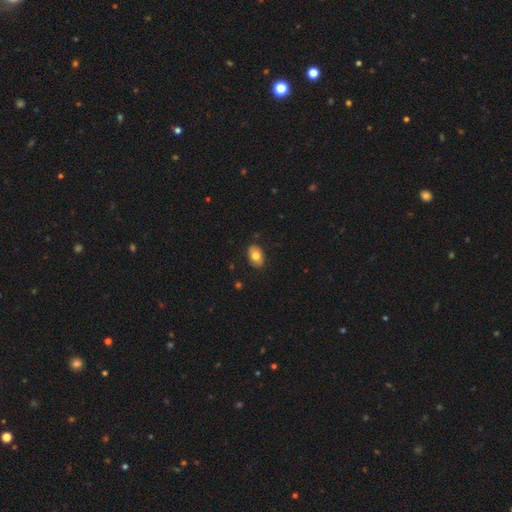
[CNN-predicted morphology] A smooth galaxy with no disk features (78%) that is in between round and cigar-shaped (86%). Merging: none (86%).